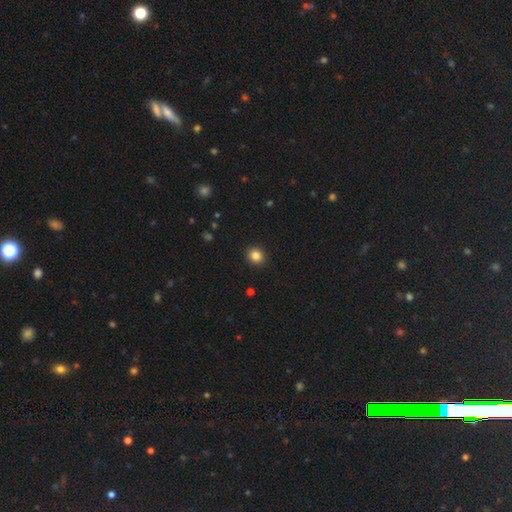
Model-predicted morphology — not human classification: Smooth or featured: smooth — 85% (star or artifact — 11%)
How rounded: round — 80% (in between — 19%)
Merging: none — 92% (minor disturbance — 5%)